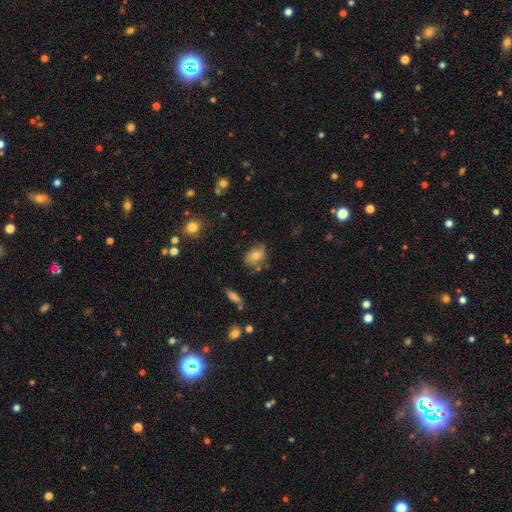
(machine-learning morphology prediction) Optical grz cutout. It shows a smooth galaxy with no disk features (65%) that is in between round and cigar-shaped (66%). Merging: none (58%).